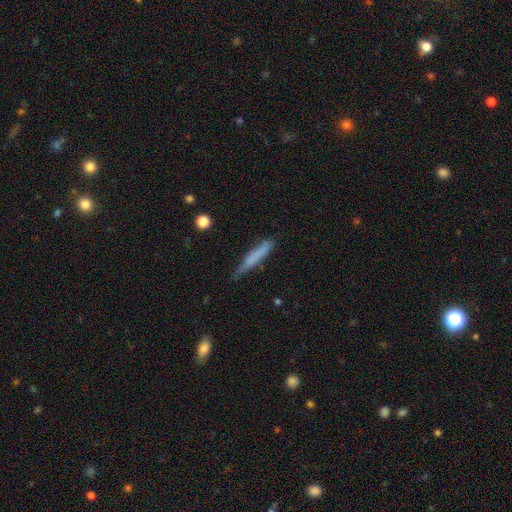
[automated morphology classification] Smooth or featured: smooth — 69% (featured or disk — 24%)
How rounded: cigar-shaped — 94% (in between — 5%)
Merging: none — 71% (minor disturbance — 23%)